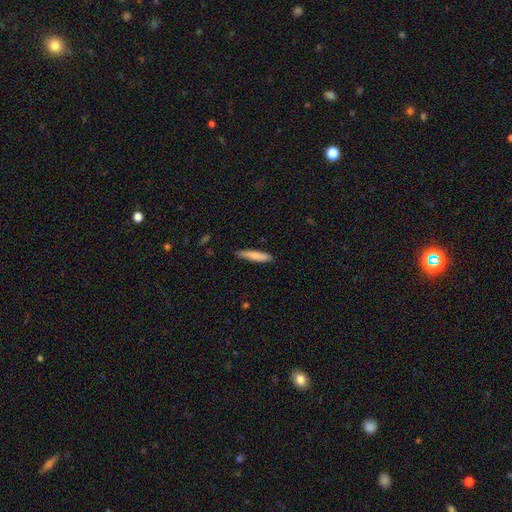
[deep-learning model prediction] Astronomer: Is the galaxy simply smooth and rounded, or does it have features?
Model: smooth — 80%.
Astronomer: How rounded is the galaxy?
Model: cigar-shaped — 89%.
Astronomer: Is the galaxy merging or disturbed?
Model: none — 86%.